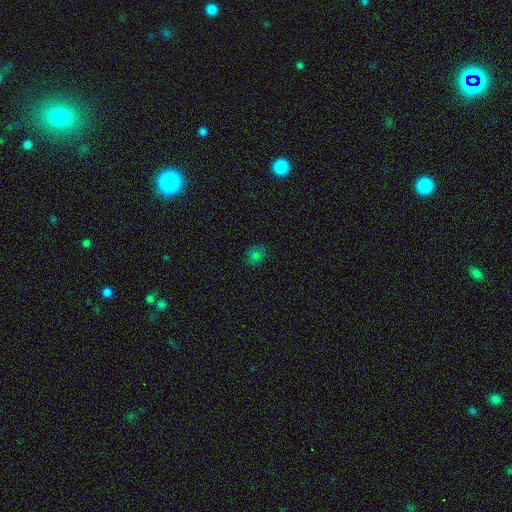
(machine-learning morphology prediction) type=smooth (75%); roundness=round (59%); merging=none (81%).